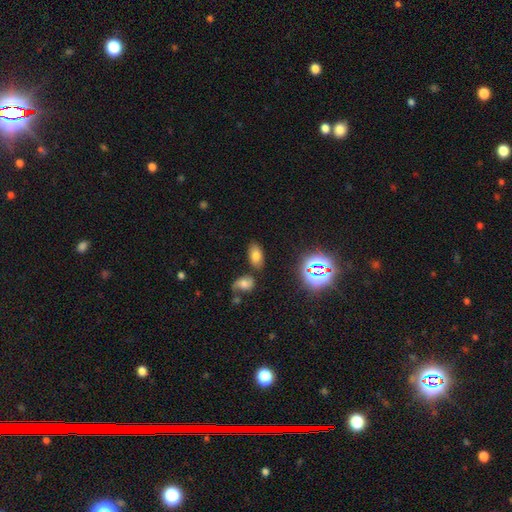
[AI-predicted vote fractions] A smooth galaxy with no disk features (69%) that is in between round and cigar-shaped (92%). Merging: none (75%).